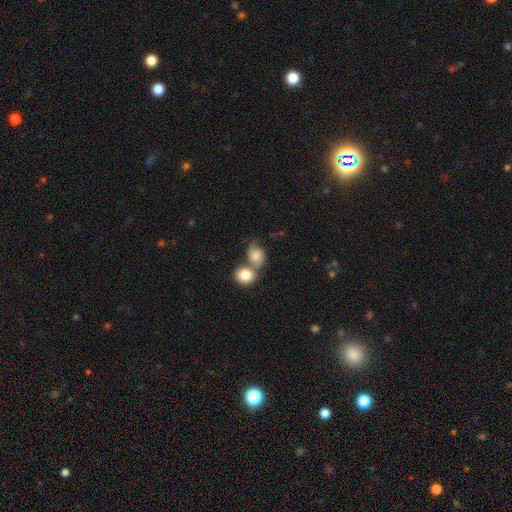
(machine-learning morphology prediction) A smooth galaxy with no disk features (72%) that is round (54%).

Vote fractions:
- Smooth or featured? smooth: 72% / featured or disk: 20% / star or artifact: 9%
- How rounded? round: 54% / in between: 44% / cigar-shaped: 1%
- Merging? merger: 59% / none: 24% / minor disturbance: 10% / major disturbance: 7%